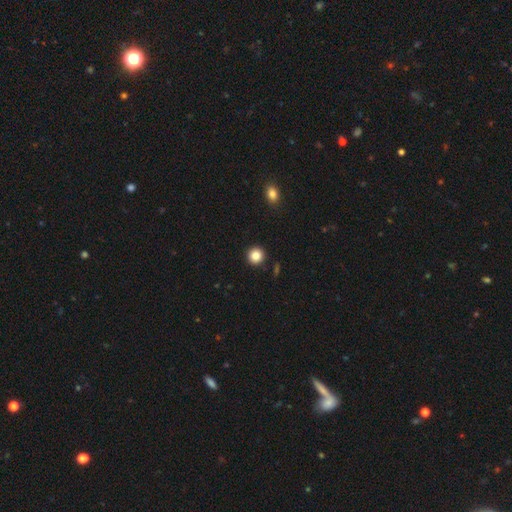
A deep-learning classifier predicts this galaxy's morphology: Smooth or featured? smooth (85%)
How rounded? round (94%)
Merging? none (92%)